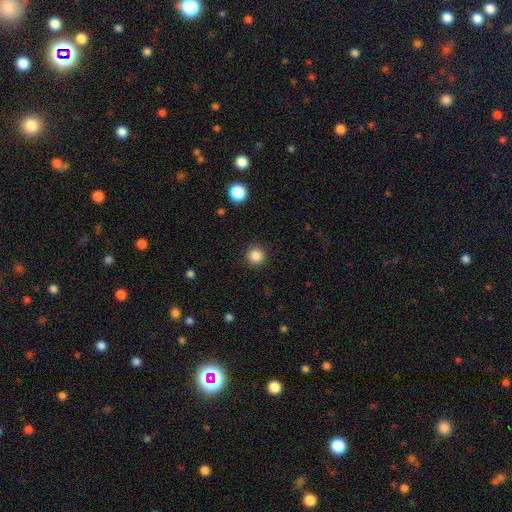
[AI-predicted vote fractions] Smooth or featured: smooth — 85% (star or artifact — 11%)
How rounded: round — 95% (in between — 4%)
Merging: none — 92% (minor disturbance — 5%)